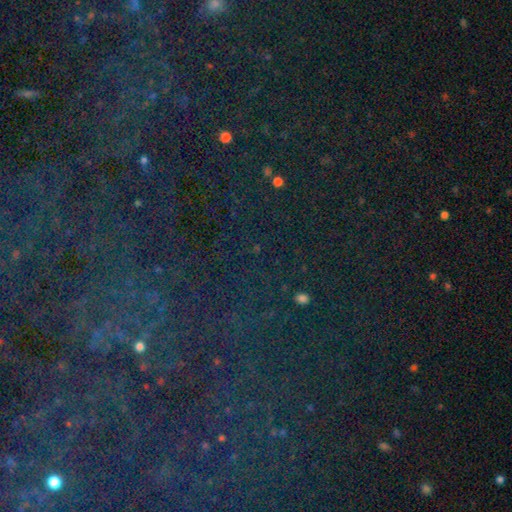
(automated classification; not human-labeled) Smooth or featured: star or artifact — 81% (smooth — 11%)